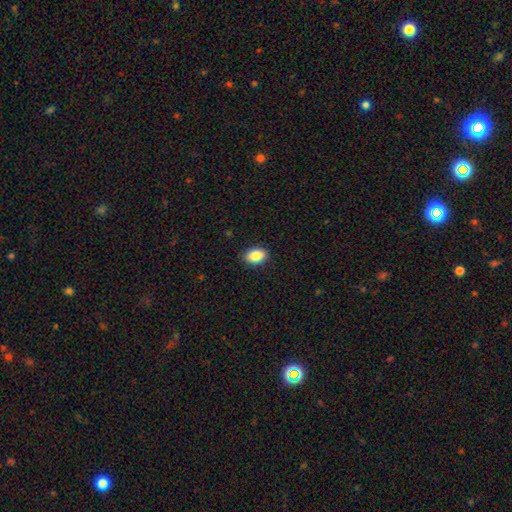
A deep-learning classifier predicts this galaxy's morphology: Smooth or featured?
  - smooth: 87% *
  - star or artifact: 8%
  - featured or disk: 6%
How rounded?
  - in between: 85% *
  - round: 13%
  - cigar-shaped: 1%
Merging?
  - none: 89% *
  - minor disturbance: 8%
  - major disturbance: 2%
  - merger: 1%